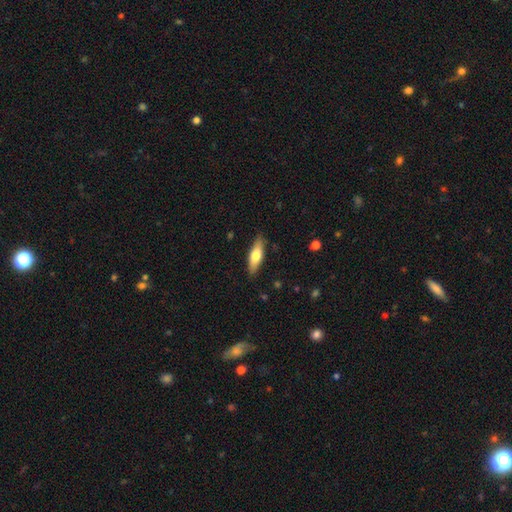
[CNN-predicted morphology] Smooth or featured?
  - smooth: 65% *
  - featured or disk: 30%
  - star or artifact: 6%
How rounded?
  - in between: 51% *
  - cigar-shaped: 47%
  - round: 2%
Merging?
  - none: 86% *
  - minor disturbance: 11%
  - major disturbance: 2%
  - merger: 1%